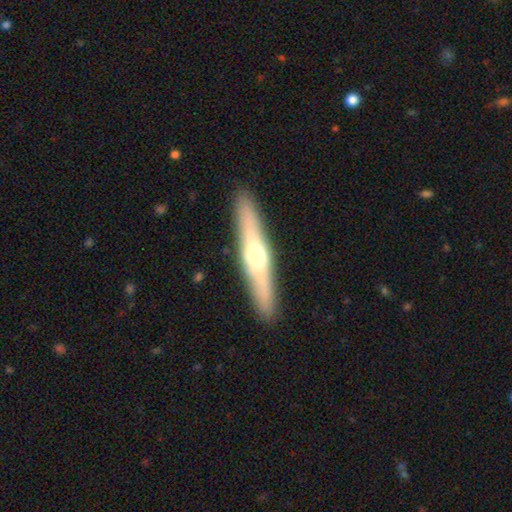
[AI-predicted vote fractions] A featured or disk galaxy (61%) viewed edge-on (94%) with a rounded central bulge (88%). Merging: none (91%).